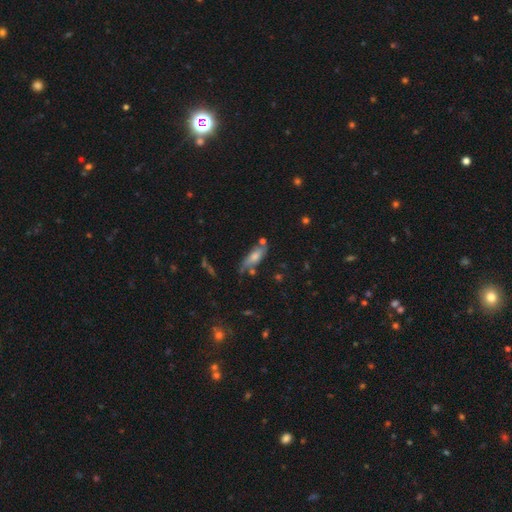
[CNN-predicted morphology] smooth-or-featured: smooth: 56% | featured or disk: 34% | star or artifact: 10%
  how-rounded: in between: 59% | cigar-shaped: 38% | round: 3%
  merging: none: 58% | minor disturbance: 23% | merger: 11% | major disturbance: 8%